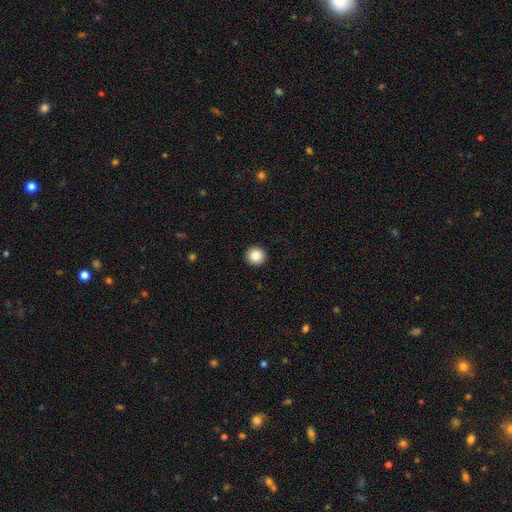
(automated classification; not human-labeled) A smooth galaxy with no disk features (86%) that is round (94%).

Vote fractions:
- Smooth or featured? smooth: 86% / star or artifact: 9% / featured or disk: 5%
- How rounded? round: 94% / in between: 5% / cigar-shaped: 1%
- Merging? none: 94% / minor disturbance: 4% / major disturbance: 1% / merger: 1%